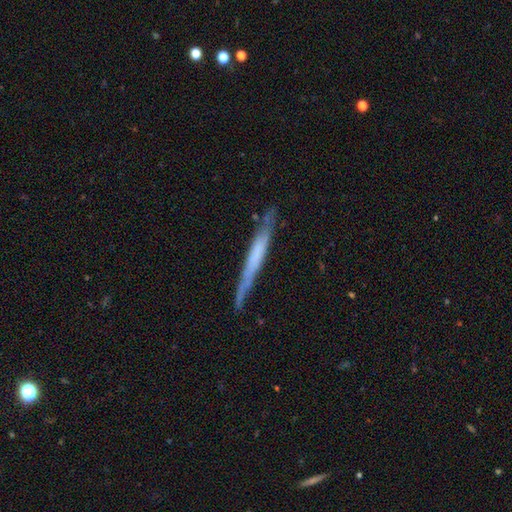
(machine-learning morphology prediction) Smooth or featured: featured or disk — 53% (smooth — 41%)
Edge-on disk: yes — 91% (no — 9%)
Merging: none — 75% (minor disturbance — 19%)